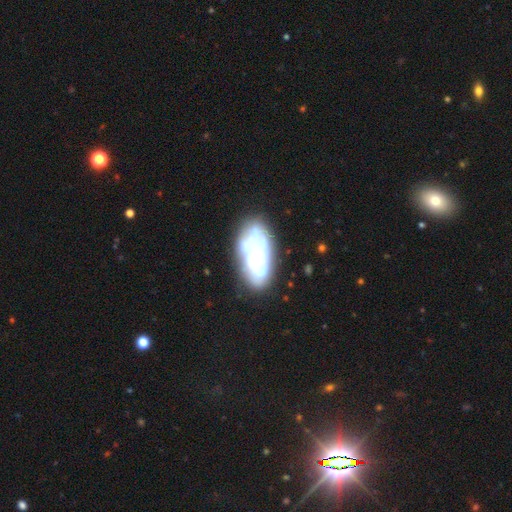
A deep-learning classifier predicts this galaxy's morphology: smooth-or-featured: featured or disk: 64% | smooth: 29% | star or artifact: 8%
  disk-edge-on: no: 94% | yes: 6%
    bar: no: 81% | weak: 15% | strong: 4%
    has-spiral-arms: yes: 60% | no: 40%
    bulge-size: small: 41% | moderate: 39% | large: 10% | none: 8% | dominant: 2%
  merging: none: 64% | minor disturbance: 20% | major disturbance: 10% | merger: 6%